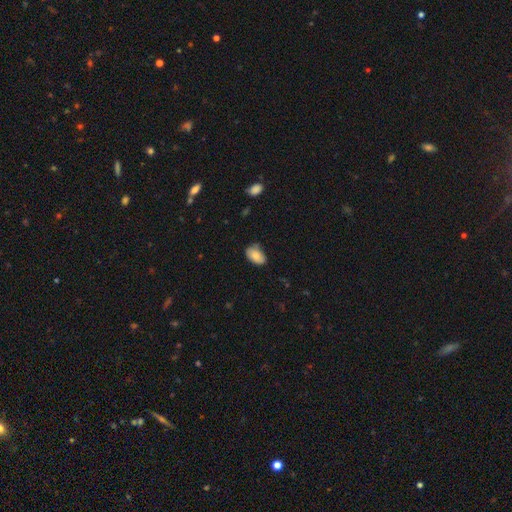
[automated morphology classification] Smooth or featured? smooth (84%)
How rounded? in between (92%)
Merging? none (68%)